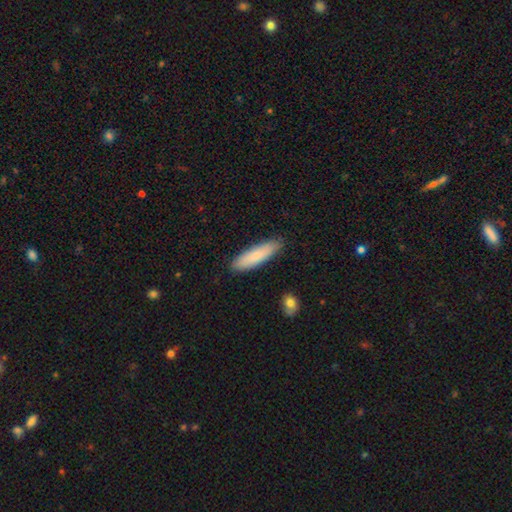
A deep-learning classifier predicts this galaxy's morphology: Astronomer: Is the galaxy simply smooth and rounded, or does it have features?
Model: smooth — 78%.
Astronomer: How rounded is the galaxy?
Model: cigar-shaped — 66%.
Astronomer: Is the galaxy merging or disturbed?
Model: none — 87%.